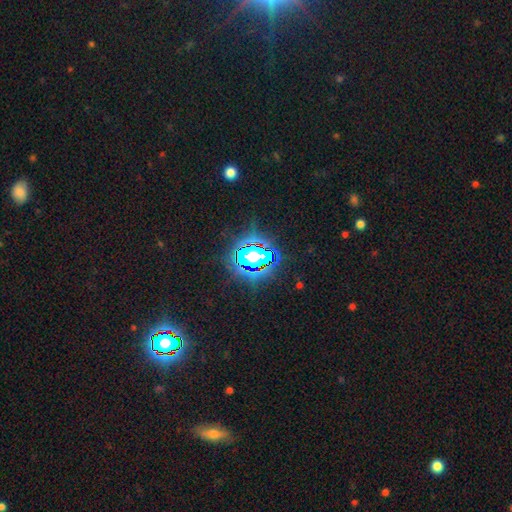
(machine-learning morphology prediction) Smooth or featured? star or artifact (82%)